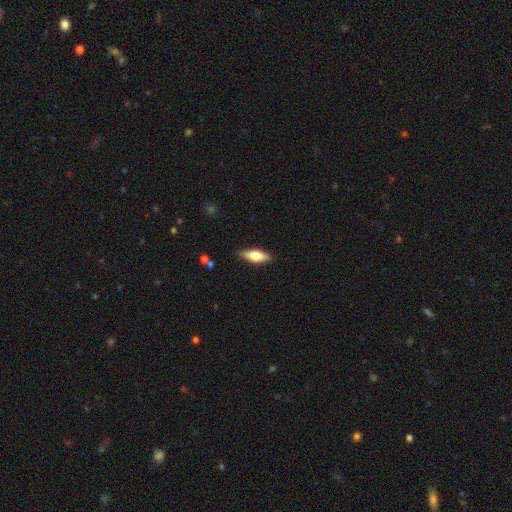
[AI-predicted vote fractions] A smooth galaxy with no disk features (65%) that is in between round and cigar-shaped (62%).

Vote fractions:
- Smooth or featured? smooth: 65% / featured or disk: 29% / star or artifact: 6%
- How rounded? in between: 62% / cigar-shaped: 36% / round: 2%
- Merging? none: 86% / minor disturbance: 11% / major disturbance: 2% / merger: 1%